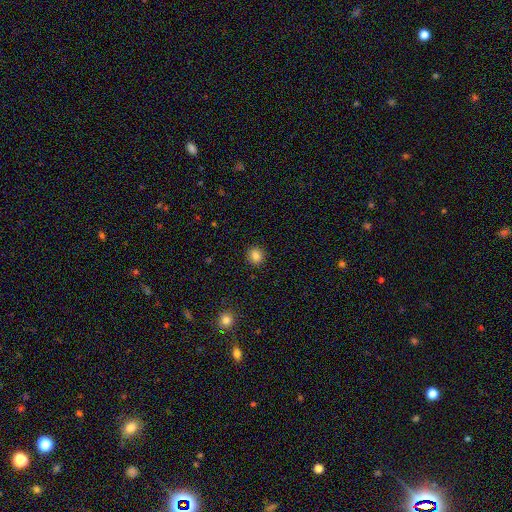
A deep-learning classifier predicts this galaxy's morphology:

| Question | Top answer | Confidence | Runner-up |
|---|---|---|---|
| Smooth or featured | smooth | 84% | star or artifact (11%) |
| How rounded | round | 88% | in between (11%) |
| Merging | none | 92% | minor disturbance (6%) |